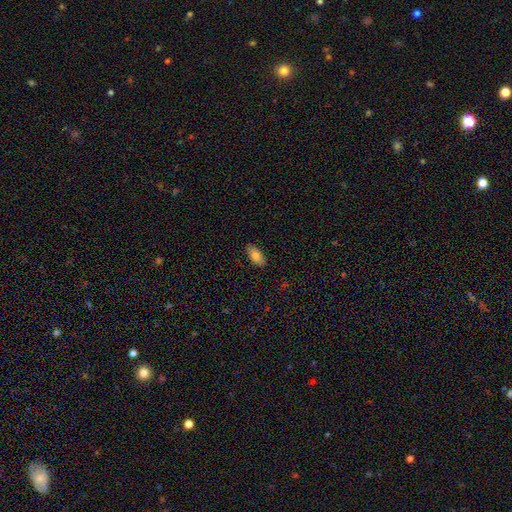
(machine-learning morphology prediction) Q: Smooth or featured?
A: smooth (82%); runner-up: featured or disk (12%)
Q: How rounded?
A: in between (89%); runner-up: cigar-shaped (8%)
Q: Merging?
A: none (87%); runner-up: minor disturbance (10%)